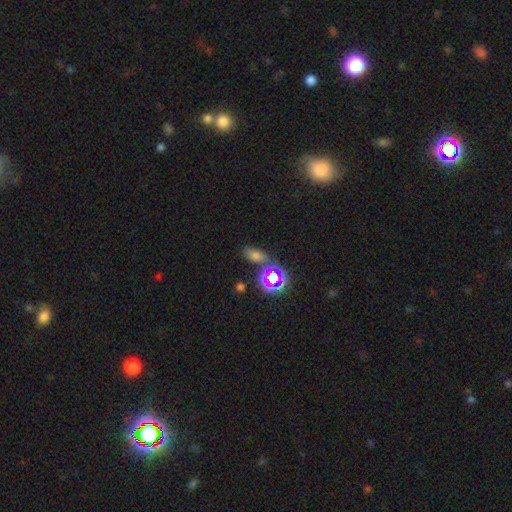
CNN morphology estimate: This appears to be a smooth galaxy with no disk features (57%) that is in between round and cigar-shaped (82%). Merging: none (66%).